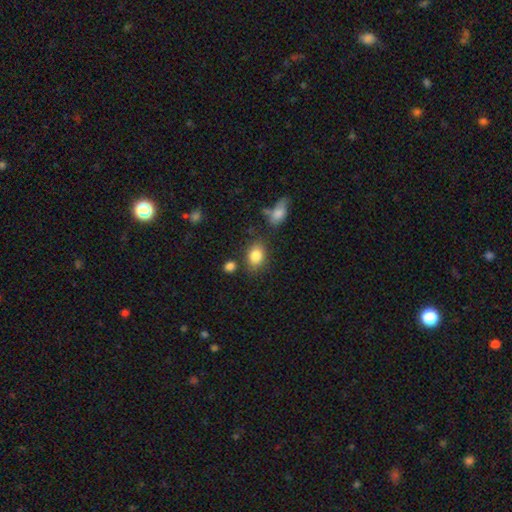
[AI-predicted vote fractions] This is clearly a smooth galaxy (84%). How rounded: likely in between (70%). Merging: likely none (76%).